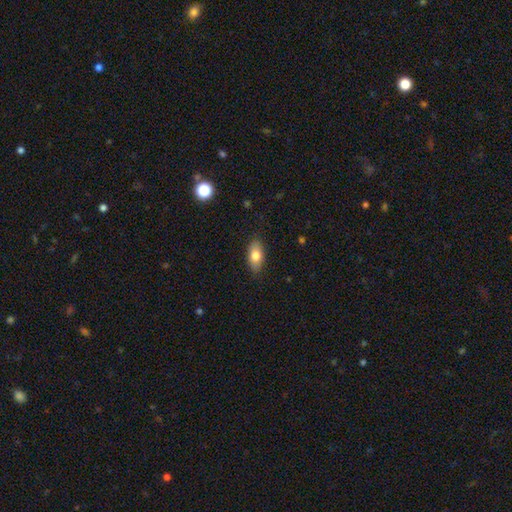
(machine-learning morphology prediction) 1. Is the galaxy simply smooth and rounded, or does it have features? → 78% smooth, 15% featured or disk, 7% star or artifact.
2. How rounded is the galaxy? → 88% in between, 7% cigar-shaped, 5% round.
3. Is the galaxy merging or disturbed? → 86% none, 11% minor disturbance, 2% major disturbance, 1% merger.